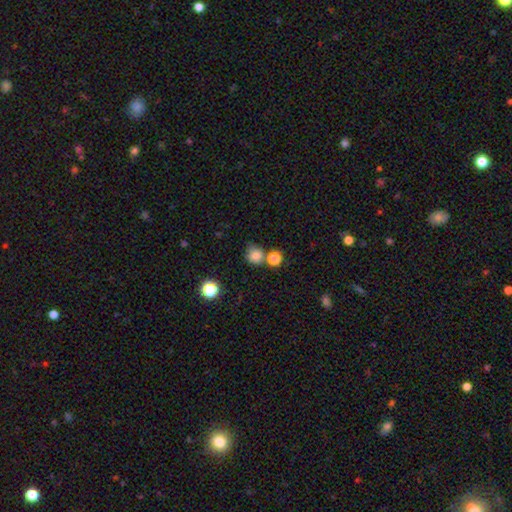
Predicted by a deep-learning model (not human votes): smooth_or_featured: smooth (p=0.80) [alt: star or artifact p=0.14]
how_rounded: round (p=0.84) [alt: in between p=0.15]
merging: none (p=0.61) [alt: merger p=0.19]